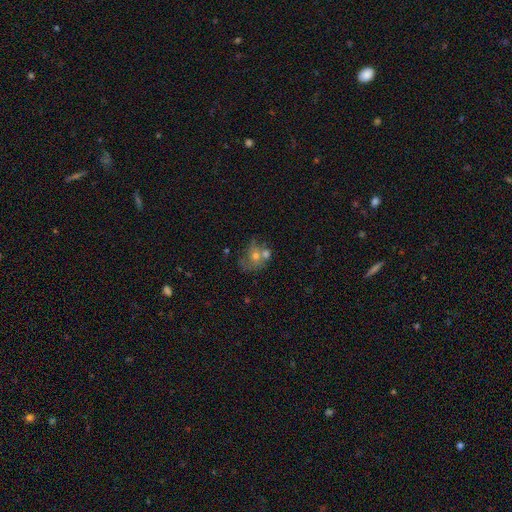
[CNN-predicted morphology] The model was most divided on "smooth or featured": featured or disk: 42%, smooth: 41%, star or artifact: 17%. Remaining: merging — none (41%).